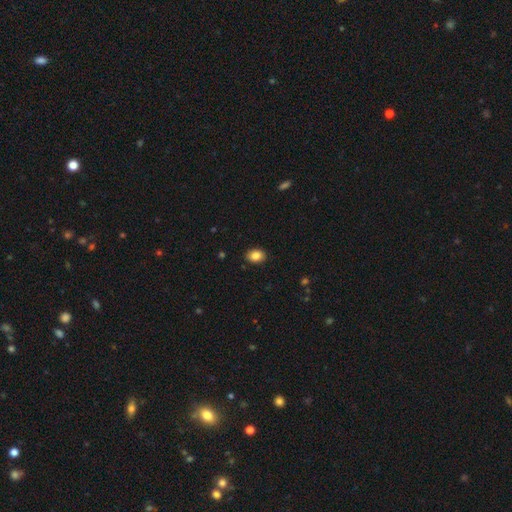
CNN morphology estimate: smooth_or_featured: smooth (p=0.86) [alt: star or artifact p=0.09]
how_rounded: in between (p=0.70) [alt: round p=0.29]
merging: none (p=0.89) [alt: minor disturbance p=0.08]